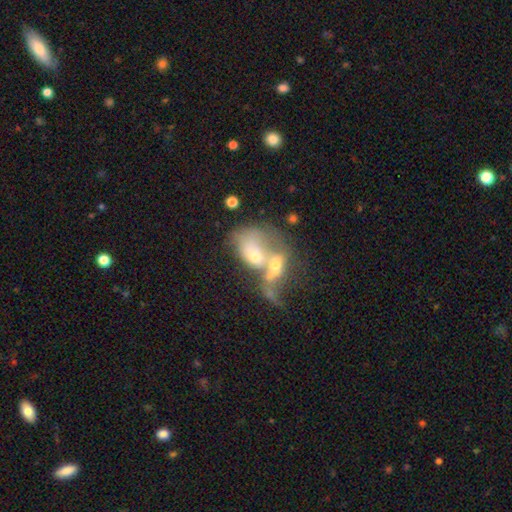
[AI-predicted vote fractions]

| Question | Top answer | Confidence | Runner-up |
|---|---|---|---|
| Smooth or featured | featured or disk | 49% | smooth (41%) |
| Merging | merger | 78% | major disturbance (9%) |